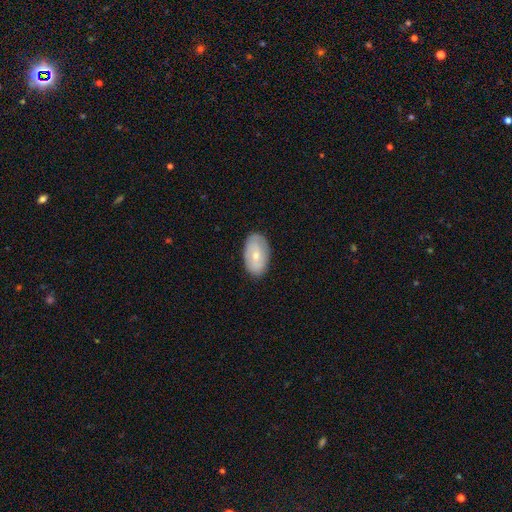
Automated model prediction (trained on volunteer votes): smooth-or-featured: smooth: 61% | featured or disk: 33% | star or artifact: 6%
  how-rounded: in between: 92% | round: 6% | cigar-shaped: 1%
  merging: none: 84% | minor disturbance: 13% | major disturbance: 3% | merger: 1%